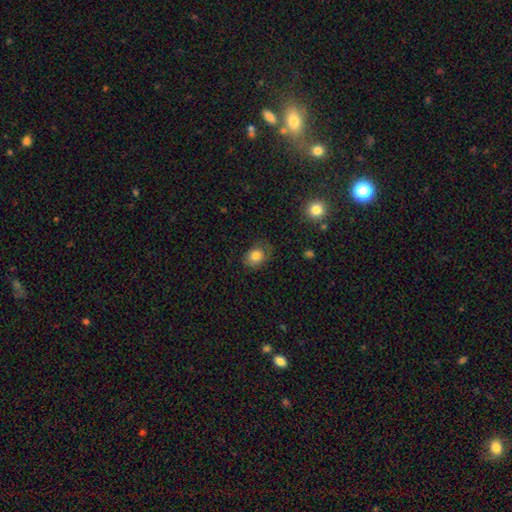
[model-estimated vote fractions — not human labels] smooth 81%, star or artifact 10%, featured or disk 9%. Down the decision tree: how rounded — in between (56%); merging — none (68%).